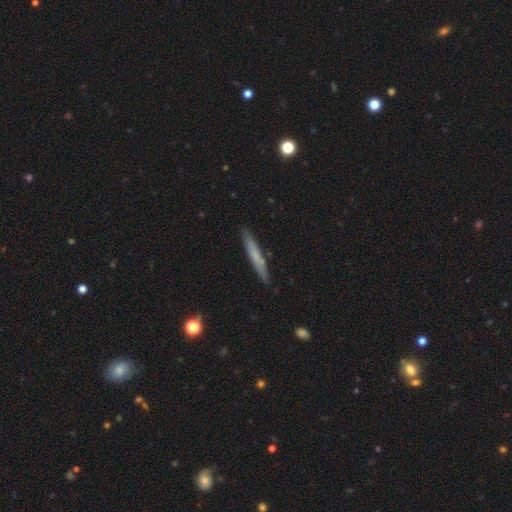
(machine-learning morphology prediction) Smooth or featured: smooth — 60% (featured or disk — 34%)
How rounded: cigar-shaped — 95% (in between — 3%)
Merging: none — 89% (minor disturbance — 8%)